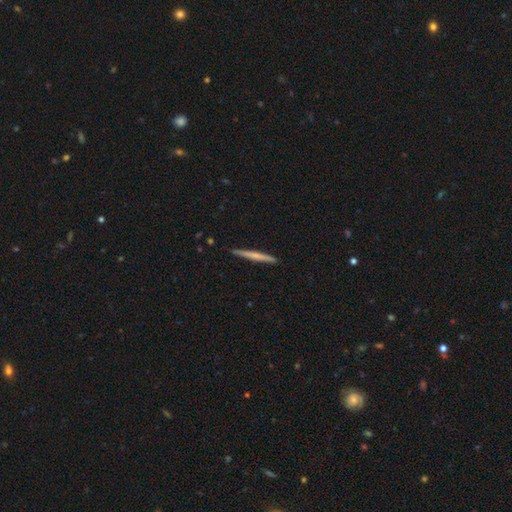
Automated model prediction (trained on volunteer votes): This is possibly a smooth galaxy (51%). How rounded: clearly cigar-shaped (97%). Merging: clearly none (91%).